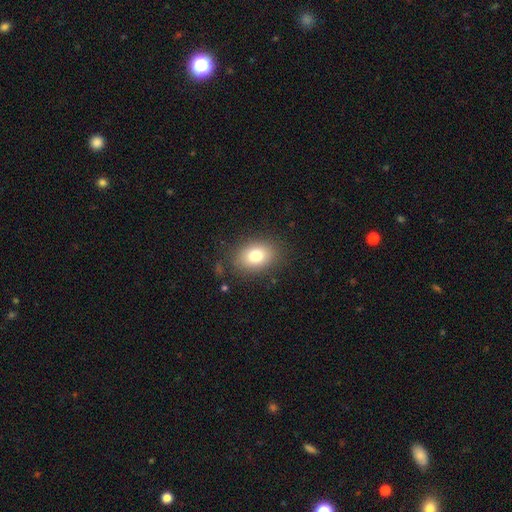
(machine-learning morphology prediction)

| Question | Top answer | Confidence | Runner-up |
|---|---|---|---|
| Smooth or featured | smooth | 79% | featured or disk (12%) |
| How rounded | in between | 74% | round (25%) |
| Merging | none | 83% | minor disturbance (11%) |